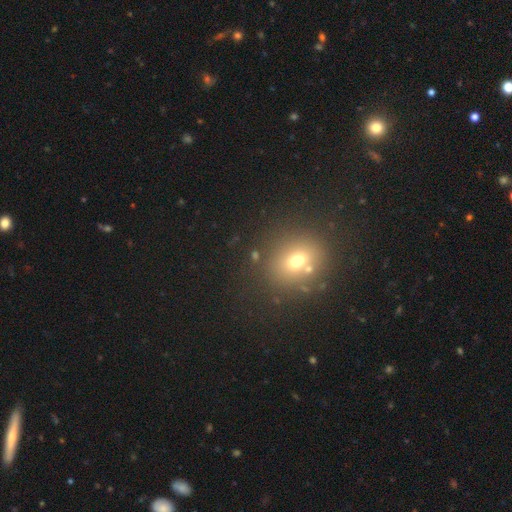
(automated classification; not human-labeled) Overall: smooth (63%; star or artifact 24%). How rounded: round (67%; in between 32%). Merging: none (75%).